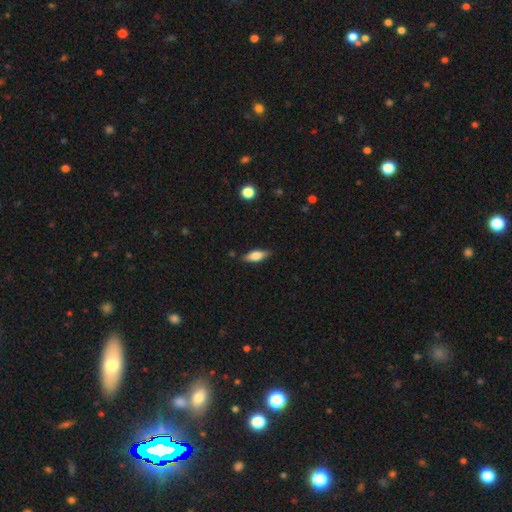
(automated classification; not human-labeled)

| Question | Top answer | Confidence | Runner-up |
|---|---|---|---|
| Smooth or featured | smooth | 74% | featured or disk (20%) |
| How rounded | in between | 67% | cigar-shaped (31%) |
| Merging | none | 84% | minor disturbance (13%) |